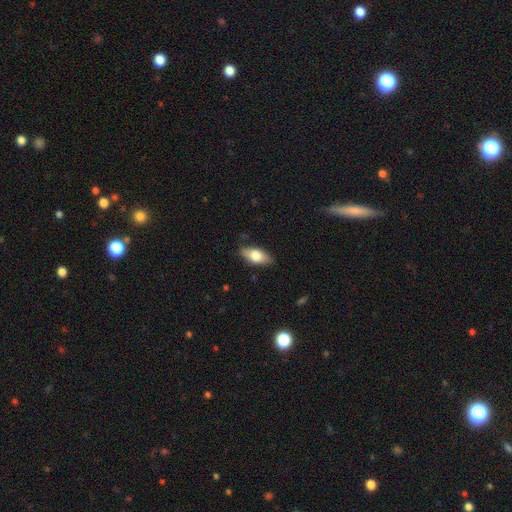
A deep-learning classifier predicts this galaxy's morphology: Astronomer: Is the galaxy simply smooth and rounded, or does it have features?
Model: smooth — 70%.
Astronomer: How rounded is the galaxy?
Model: in between — 86%.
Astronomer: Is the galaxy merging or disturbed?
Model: none — 82%.